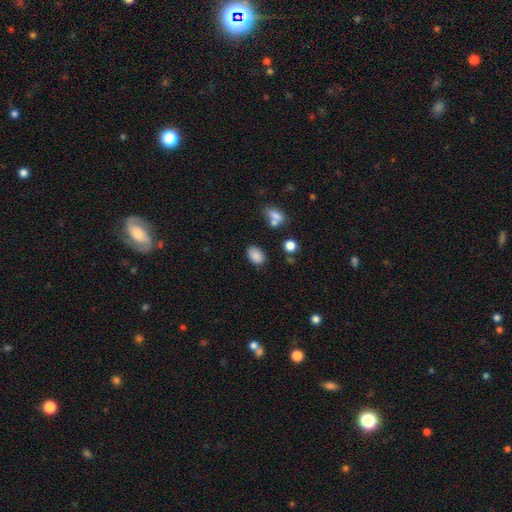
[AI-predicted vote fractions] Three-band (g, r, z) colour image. It shows a smooth galaxy with no disk features (85%) that is in between round and cigar-shaped (88%). Merging: none (79%).